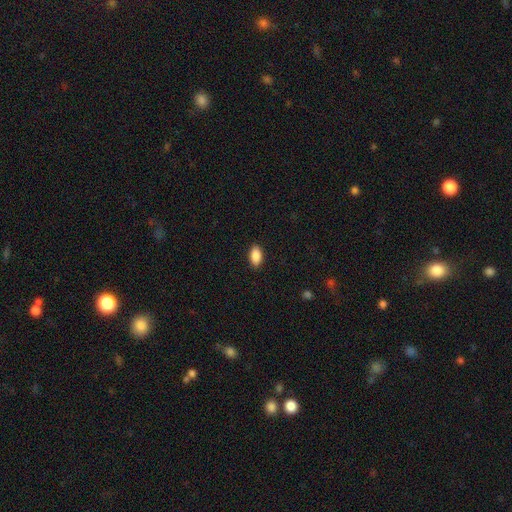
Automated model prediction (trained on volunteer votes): A smooth galaxy with no disk features (89%) that is in between round and cigar-shaped (93%).

Vote fractions:
- Smooth or featured? smooth: 89% / star or artifact: 7% / featured or disk: 4%
- How rounded? in between: 93% / round: 4% / cigar-shaped: 3%
- Merging? none: 89% / minor disturbance: 8% / major disturbance: 2% / merger: 1%